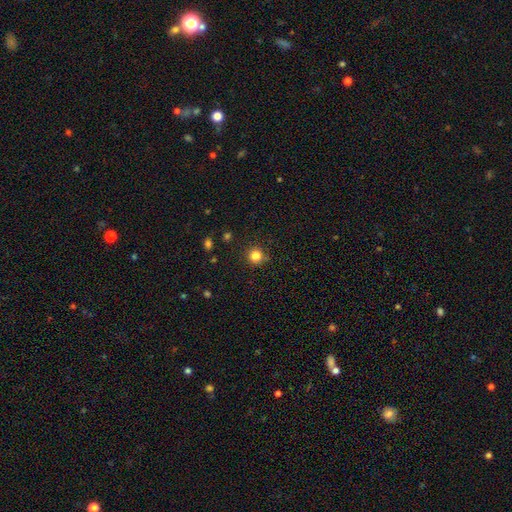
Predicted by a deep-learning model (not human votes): A smooth galaxy with no disk features (83%) that is round (92%).

Vote fractions:
- Smooth or featured? smooth: 83% / star or artifact: 13% / featured or disk: 4%
- How rounded? round: 92% / in between: 7% / cigar-shaped: 1%
- Merging? none: 84% / minor disturbance: 10% / merger: 3% / major disturbance: 3%